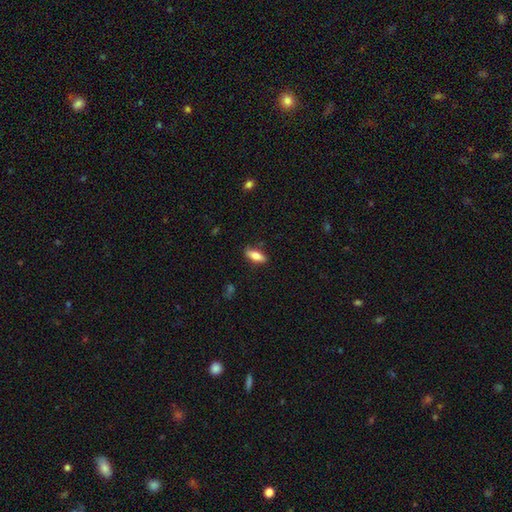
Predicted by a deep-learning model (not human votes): Q: Smooth or featured?
A: smooth (76%); runner-up: featured or disk (17%)
Q: How rounded?
A: in between (70%); runner-up: cigar-shaped (28%)
Q: Merging?
A: none (84%); runner-up: minor disturbance (12%)